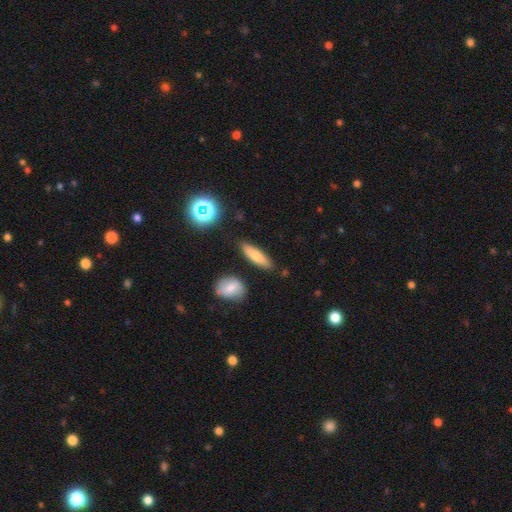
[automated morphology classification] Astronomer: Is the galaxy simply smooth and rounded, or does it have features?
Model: smooth — 71%.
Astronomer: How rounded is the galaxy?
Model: cigar-shaped — 57% (runner-up: in between, 39%).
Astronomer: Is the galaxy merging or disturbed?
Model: none — 84%.